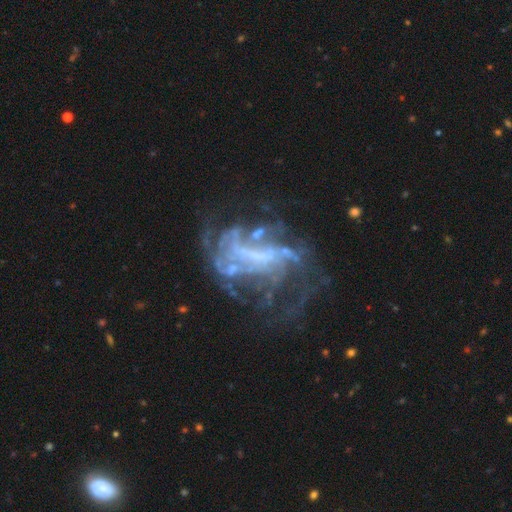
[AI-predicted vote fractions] Smooth or featured? featured or disk (79%)
Edge-on disk? no (96%)
Bar? strong (35%)
Spiral arms? yes (65%)
Bulge size? none (57%)
Merging? major disturbance (40%)